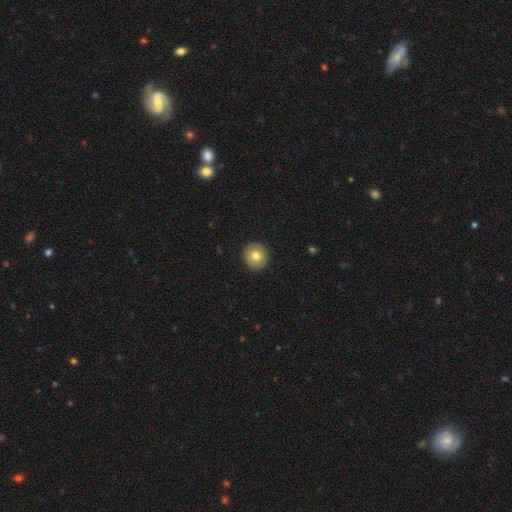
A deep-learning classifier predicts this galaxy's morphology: A smooth galaxy with no disk features (77%) that is round (90%).

Vote fractions:
- Smooth or featured? smooth: 77% / featured or disk: 14% / star or artifact: 9%
- How rounded? round: 90% / in between: 9% / cigar-shaped: 1%
- Merging? none: 92% / minor disturbance: 6% / major disturbance: 2% / merger: 1%